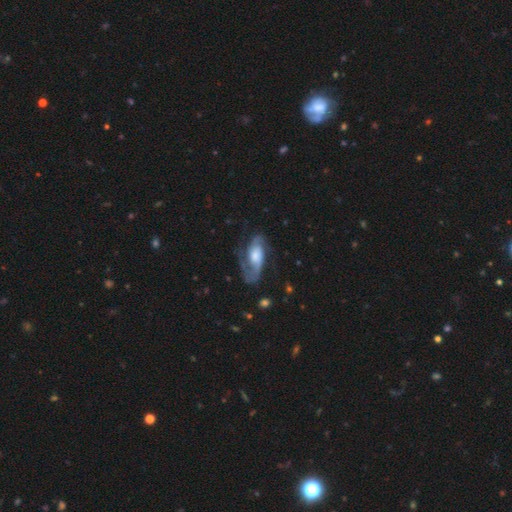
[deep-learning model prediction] Morphology: type=featured or disk (81%); edge-on=no (94%); bar=no (58%); spiral arms=yes (95%); winding=medium (47%); arm count=2 (80%); bulge=large (37%); merging=none (58%).